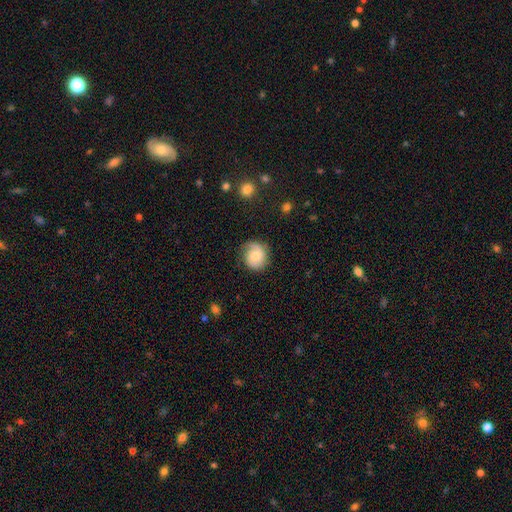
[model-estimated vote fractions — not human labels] Smooth or featured?
  - featured or disk: 47% *
  - smooth: 46%
  - star or artifact: 8%
Merging?
  - none: 74% *
  - minor disturbance: 19%
  - major disturbance: 6%
  - merger: 1%